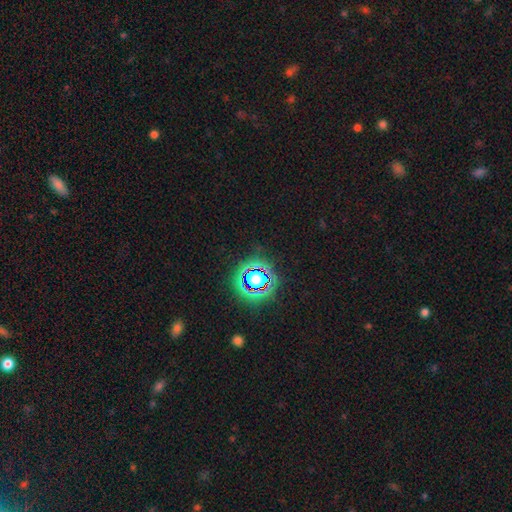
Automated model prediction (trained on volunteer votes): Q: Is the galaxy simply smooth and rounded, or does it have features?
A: star or artifact — 78%.